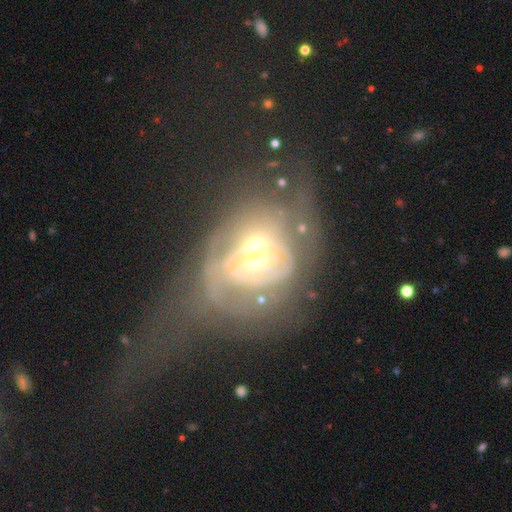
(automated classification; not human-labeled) Smooth or featured? Predicted: featured or disk (p=0.67). Edge-on disk? Predicted: no (p=0.94). Bar? Predicted: no (p=0.73). Spiral arms? Predicted: no (p=0.51). Bulge size? Predicted: moderate (p=0.51). Merging? Predicted: major disturbance (p=0.48).